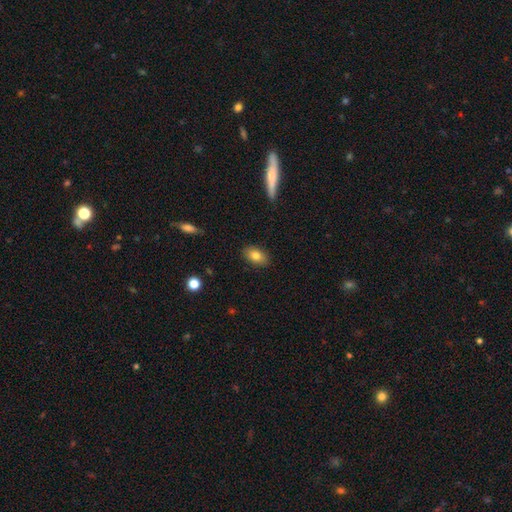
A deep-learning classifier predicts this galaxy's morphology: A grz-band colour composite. It shows a smooth galaxy with no disk features (80%) that is in between round and cigar-shaped (89%). Merging: none (88%).